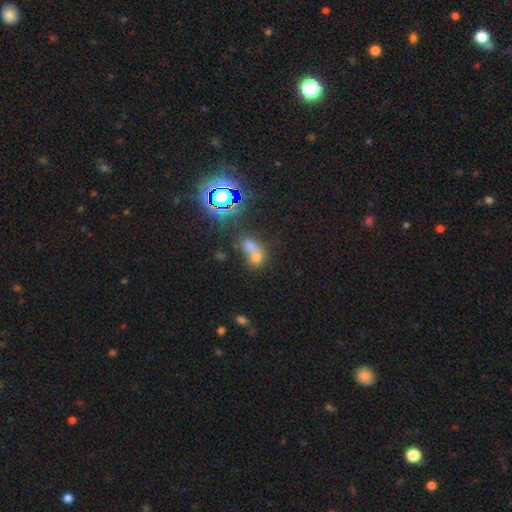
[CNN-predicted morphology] type=smooth (55%); roundness=round (55%); merging=merger (67%).